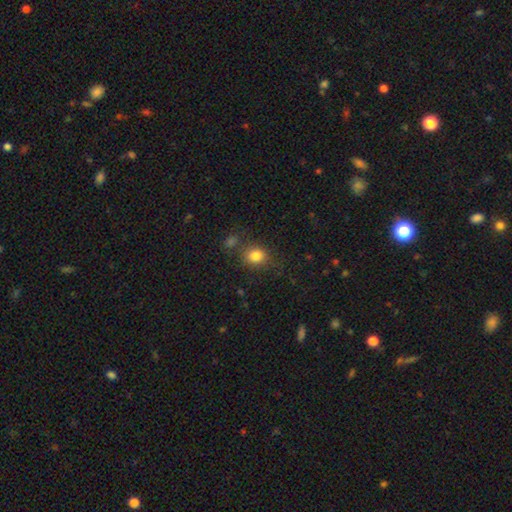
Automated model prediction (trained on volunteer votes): The model was most divided on "how rounded": round: 66%, in between: 33%, cigar-shaped: 1%. More confident: smooth or featured — smooth (82%); merging — none (74%).